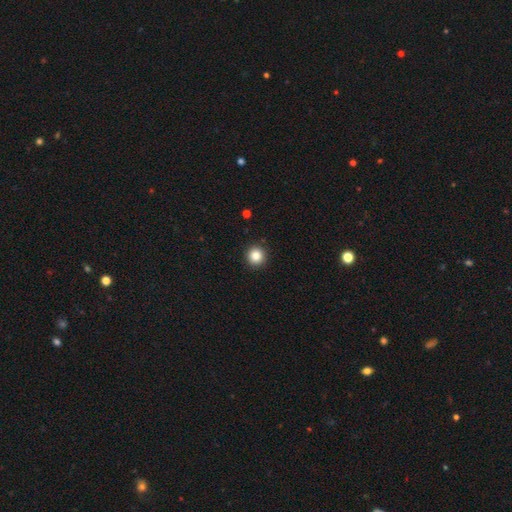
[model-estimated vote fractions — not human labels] smooth 85%, star or artifact 10%, featured or disk 5%. Down the decision tree: how rounded — round (95%); merging — none (93%).